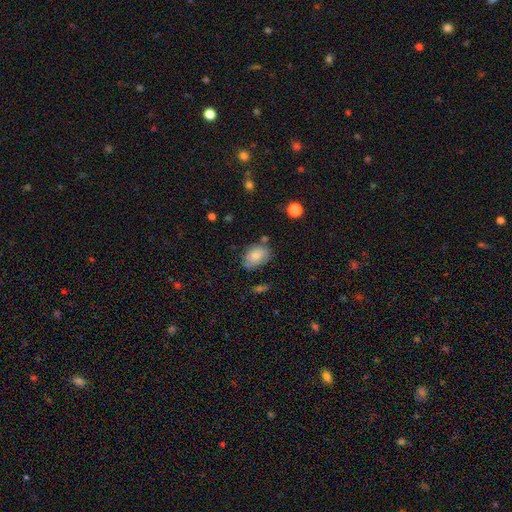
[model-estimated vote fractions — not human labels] smooth_or_featured: smooth (p=0.80) [alt: featured or disk p=0.12]
how_rounded: in between (p=0.78) [alt: round p=0.21]
merging: none (p=0.63) [alt: minor disturbance p=0.24]